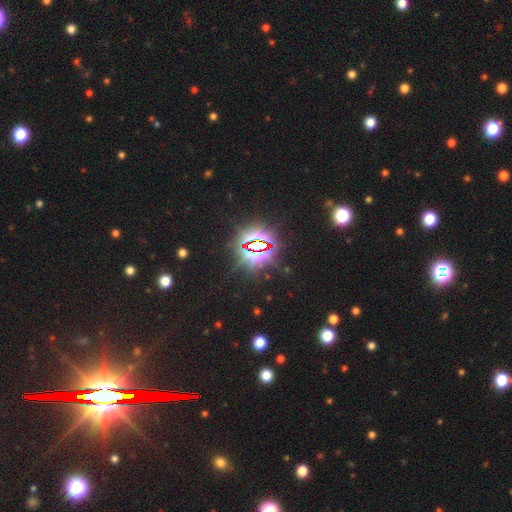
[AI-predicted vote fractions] smooth-or-featured: star or artifact: 83% | smooth: 10% | featured or disk: 7%